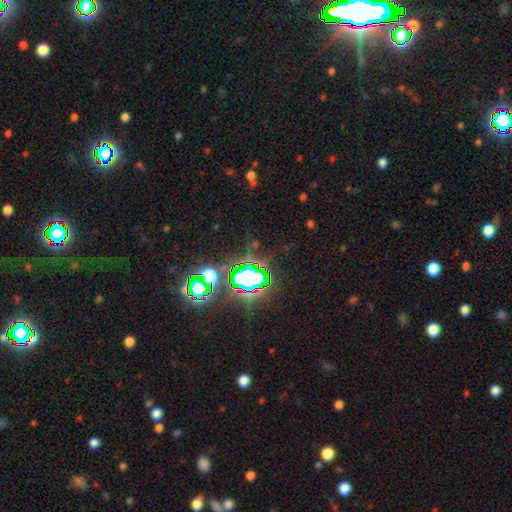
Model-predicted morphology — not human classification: smooth_or_featured: star or artifact (p=0.81) [alt: smooth p=0.12]